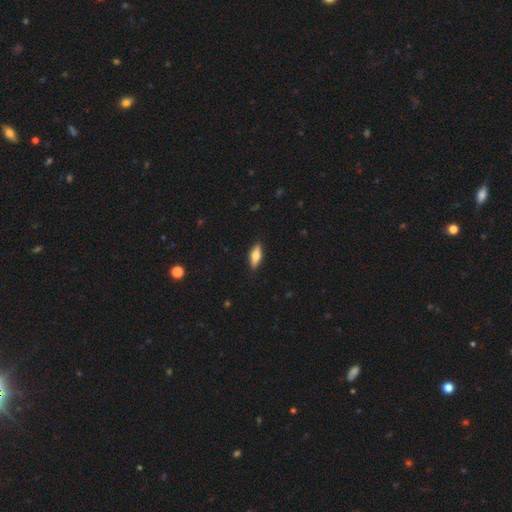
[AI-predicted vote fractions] Morphology: type=smooth (54%); roundness=in between (57%); merging=none (89%).